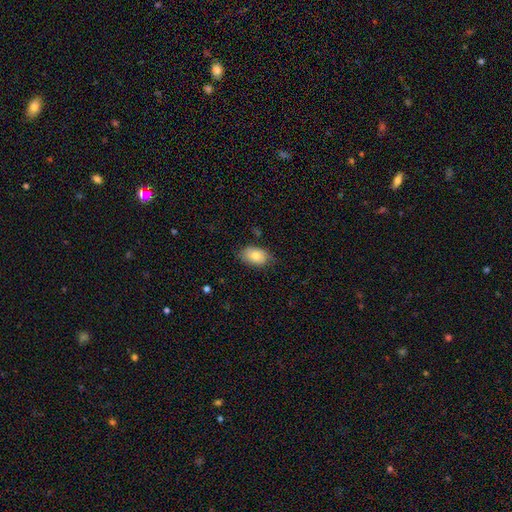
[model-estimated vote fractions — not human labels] smooth 80%, featured or disk 13%, star or artifact 7%. Down the decision tree: how rounded — in between (88%); merging — none (76%).